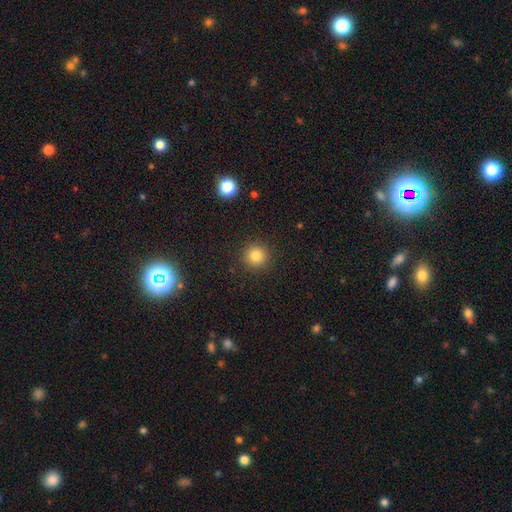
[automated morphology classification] Smooth or featured: smooth — 83% (star or artifact — 12%)
How rounded: round — 94% (in between — 5%)
Merging: none — 91% (minor disturbance — 5%)